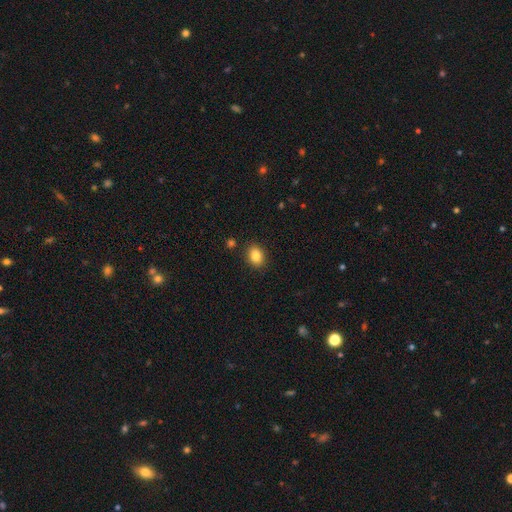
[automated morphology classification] Smooth or featured: smooth — 85% (star or artifact — 9%)
How rounded: in between — 66% (round — 33%)
Merging: none — 88% (minor disturbance — 8%)